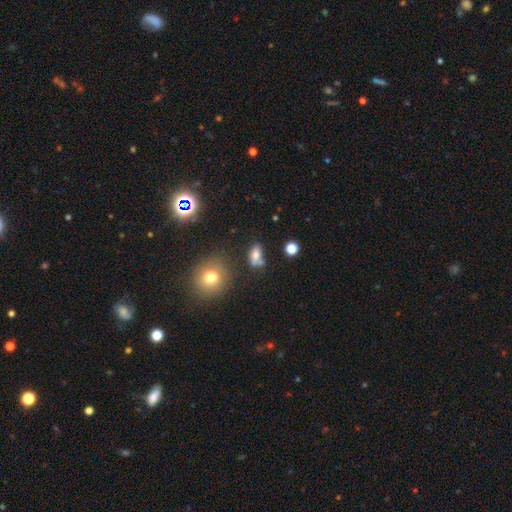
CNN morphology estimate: A smooth galaxy with no disk features (69%) that is in between round and cigar-shaped (72%).

Vote fractions:
- Smooth or featured? smooth: 69% / featured or disk: 17% / star or artifact: 14%
- How rounded? in between: 72% / round: 16% / cigar-shaped: 12%
- Merging? none: 52% / merger: 23% / minor disturbance: 17% / major disturbance: 8%